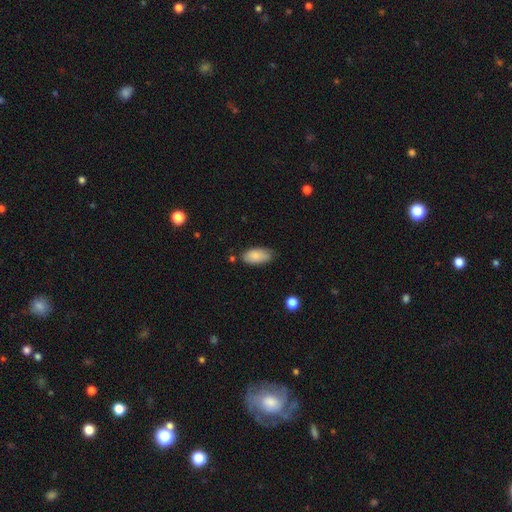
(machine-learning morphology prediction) A smooth galaxy with no disk features (84%) that is in between round and cigar-shaped (92%). Merging: none (73%).